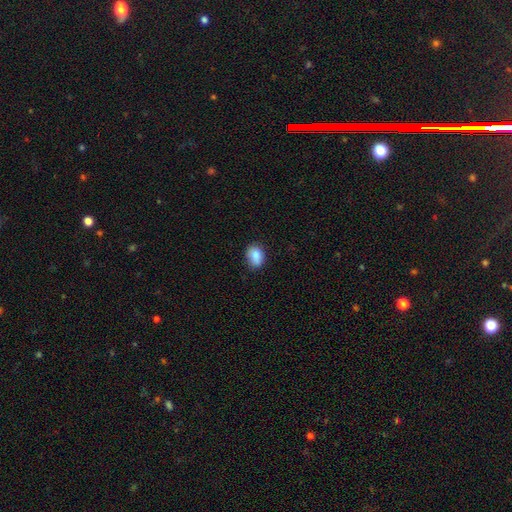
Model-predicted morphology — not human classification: The model was most divided on "how rounded": in between: 70%, round: 28%, cigar-shaped: 1%. More confident: smooth or featured — smooth (86%); merging — none (73%).